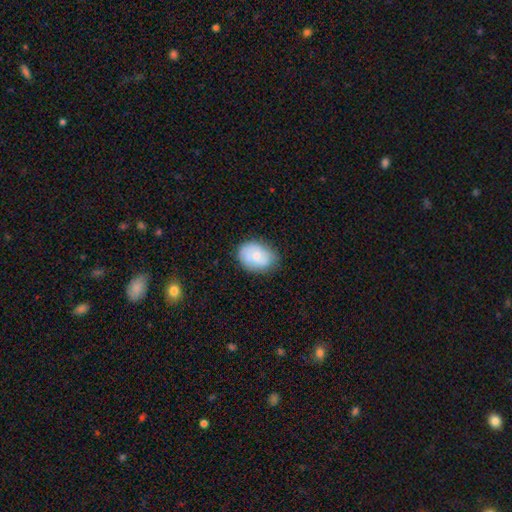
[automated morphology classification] Smooth or featured?
  - smooth: 63% *
  - featured or disk: 30%
  - star or artifact: 7%
How rounded?
  - in between: 71% *
  - round: 28%
  - cigar-shaped: 1%
Merging?
  - none: 73% *
  - minor disturbance: 21%
  - major disturbance: 5%
  - merger: 1%